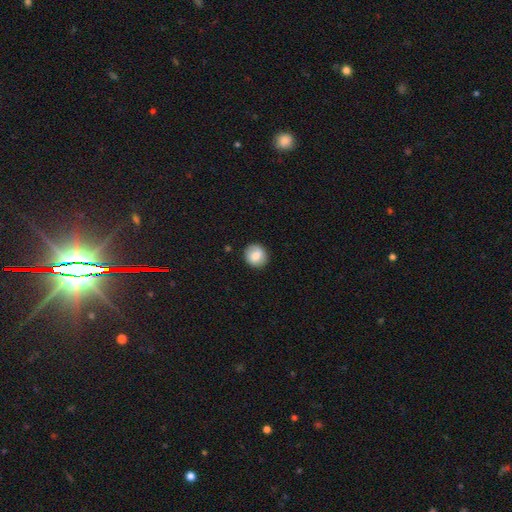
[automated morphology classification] A smooth galaxy with no disk features (81%) that is round (86%). Merging: none (87%).